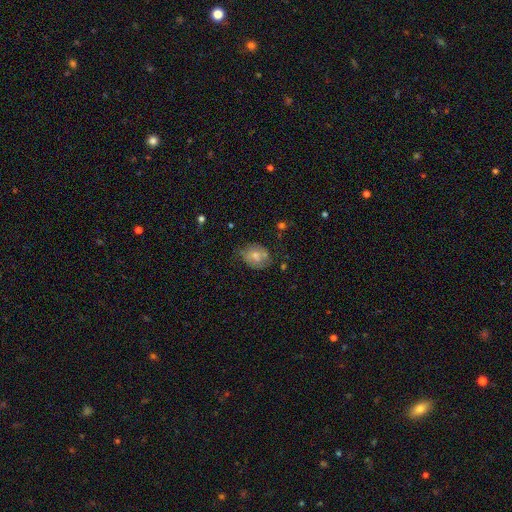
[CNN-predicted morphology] This is possibly a smooth galaxy (55%). How rounded: possibly round (55%). Merging: possibly none (52%).